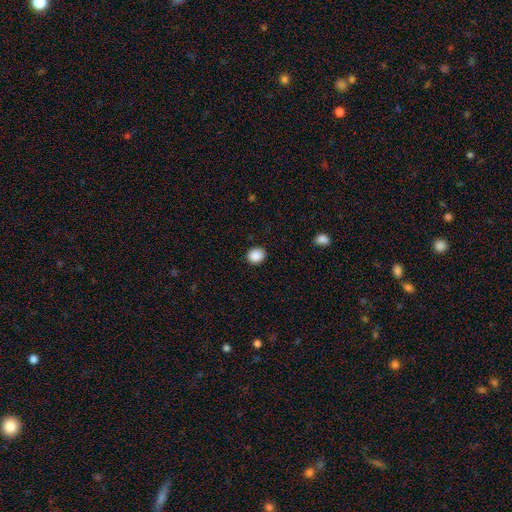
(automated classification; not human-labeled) This is clearly a smooth galaxy (89%). How rounded: likely round (73%). Merging: clearly none (90%).